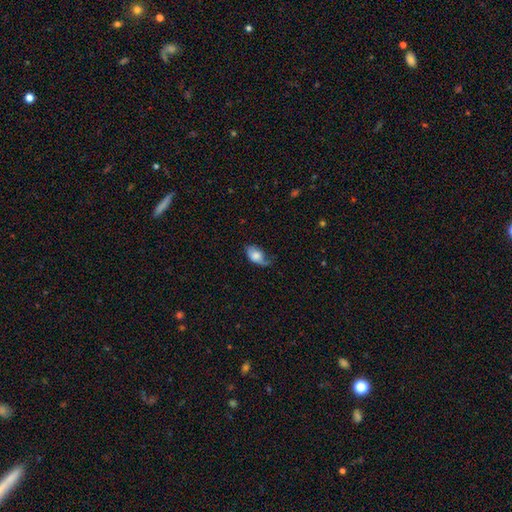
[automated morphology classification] Smooth or featured?
  - smooth: 67% *
  - featured or disk: 26%
  - star or artifact: 7%
How rounded?
  - in between: 89% *
  - round: 9%
  - cigar-shaped: 2%
Merging?
  - none: 39% *
  - minor disturbance: 37%
  - major disturbance: 22%
  - merger: 2%